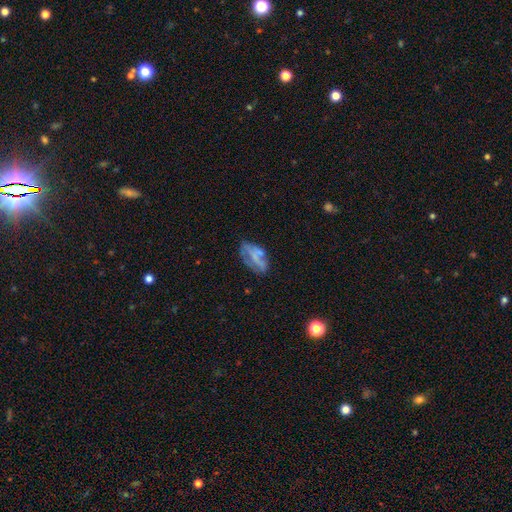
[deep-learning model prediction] Smooth or featured? Predicted: smooth (p=0.45). Merging? Predicted: none (p=0.41).